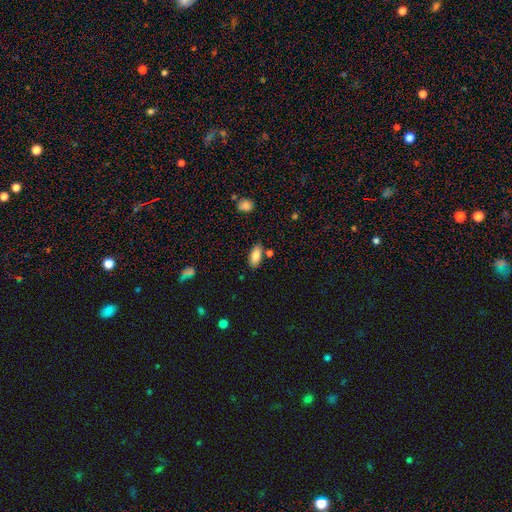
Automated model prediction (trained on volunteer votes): Smooth or featured?
  - smooth: 84% *
  - featured or disk: 8%
  - star or artifact: 7%
How rounded?
  - in between: 87% *
  - cigar-shaped: 11%
  - round: 2%
Merging?
  - none: 79% *
  - minor disturbance: 12%
  - merger: 5%
  - major disturbance: 3%